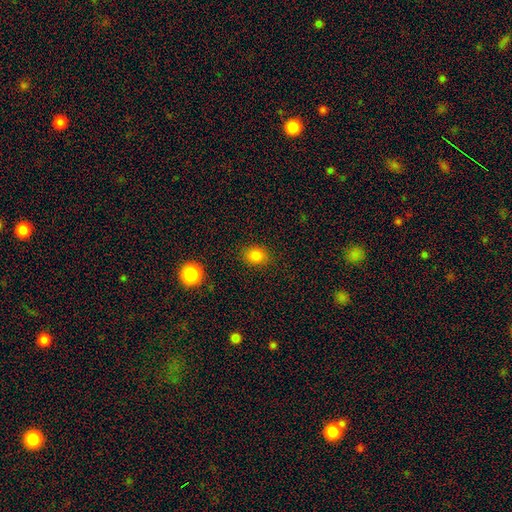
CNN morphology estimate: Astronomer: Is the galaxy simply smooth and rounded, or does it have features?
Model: smooth — 83%.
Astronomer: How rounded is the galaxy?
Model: round — 54% (runner-up: in between, 45%).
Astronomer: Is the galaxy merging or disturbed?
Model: none — 88%.